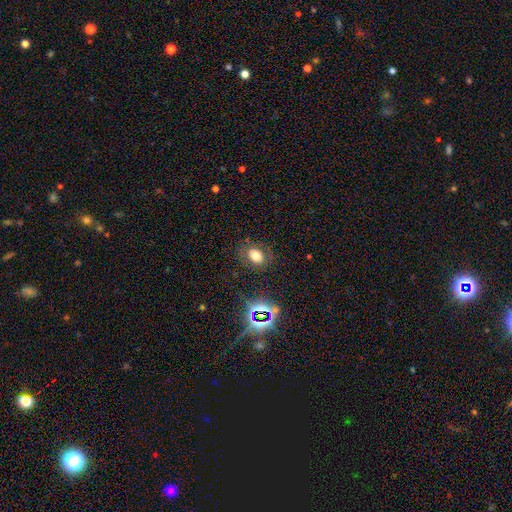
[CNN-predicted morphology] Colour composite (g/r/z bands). It shows a smooth galaxy with no disk features (64%) that is in between round and cigar-shaped (66%). Merging: none (77%).